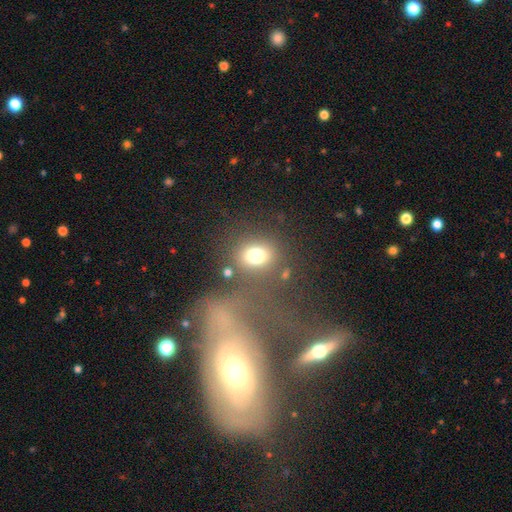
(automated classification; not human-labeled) smooth 74%, star or artifact 15%, featured or disk 10%. Down the decision tree: how rounded — round (62%); merging — none (72%).